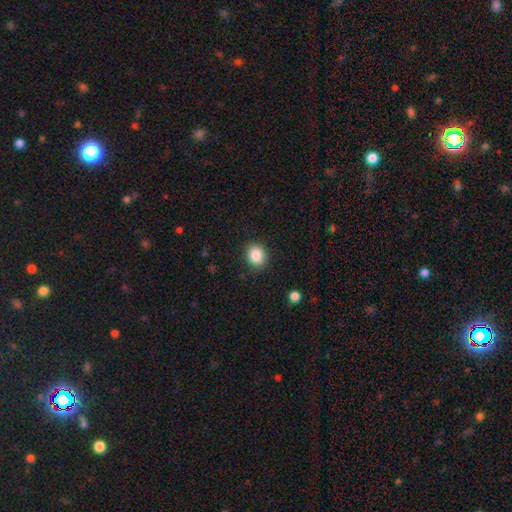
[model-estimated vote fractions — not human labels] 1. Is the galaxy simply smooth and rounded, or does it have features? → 86% smooth, 9% star or artifact, 5% featured or disk.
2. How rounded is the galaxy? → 63% round, 37% in between, 1% cigar-shaped.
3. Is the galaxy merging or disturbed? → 87% none, 9% minor disturbance, 3% major disturbance, 1% merger.